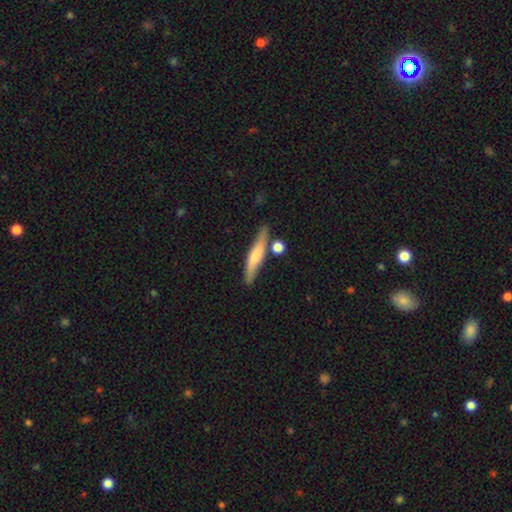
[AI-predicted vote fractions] Smooth or featured?
  - smooth: 55% *
  - featured or disk: 39%
  - star or artifact: 7%
How rounded?
  - cigar-shaped: 84% *
  - in between: 13%
  - round: 3%
Merging?
  - none: 69% *
  - minor disturbance: 16%
  - merger: 11%
  - major disturbance: 4%